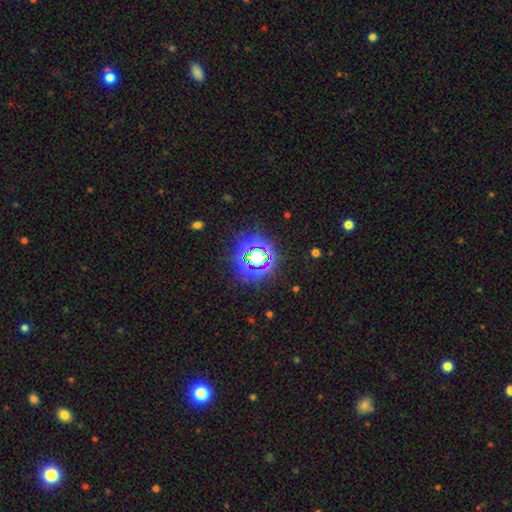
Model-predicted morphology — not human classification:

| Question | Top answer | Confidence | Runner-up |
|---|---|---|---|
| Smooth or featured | star or artifact | 80% | smooth (14%) |